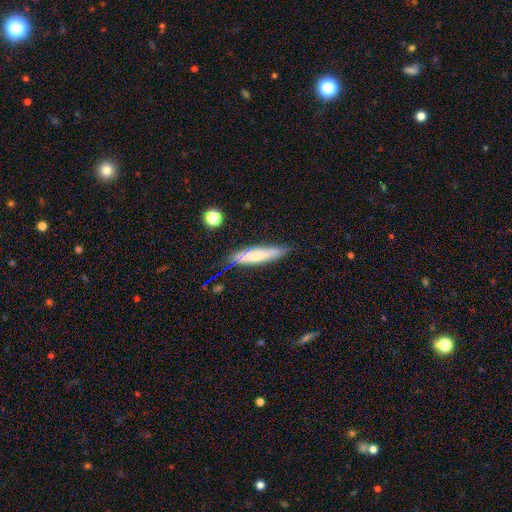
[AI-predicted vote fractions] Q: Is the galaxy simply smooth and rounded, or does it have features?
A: smooth — 58%.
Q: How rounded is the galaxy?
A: cigar-shaped — 83%.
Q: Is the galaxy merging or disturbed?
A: none — 73%.